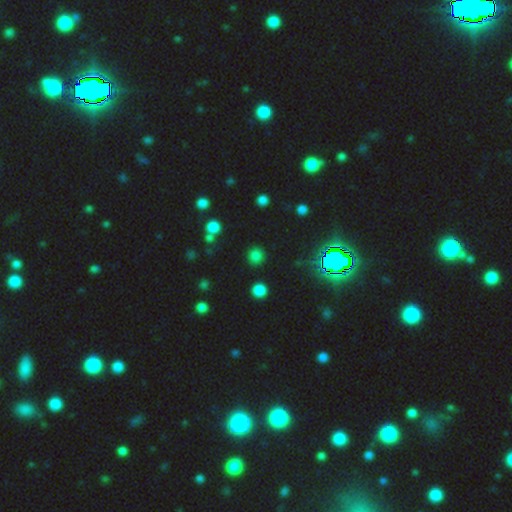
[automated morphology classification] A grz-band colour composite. It shows a smooth galaxy with no disk features (71%) that is round (91%). Merging: none (87%).